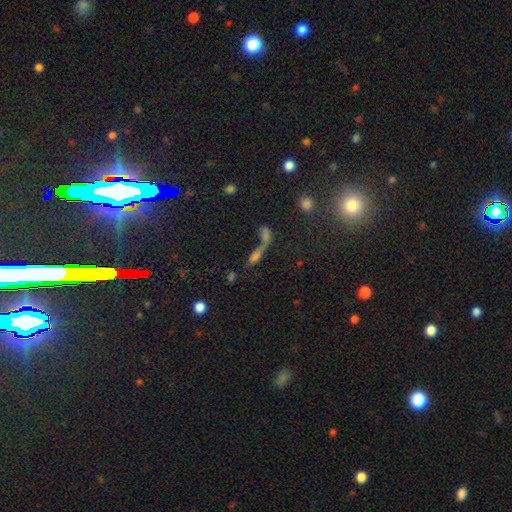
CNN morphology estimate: A smooth galaxy with no disk features (46%). Merging: merger (46%).